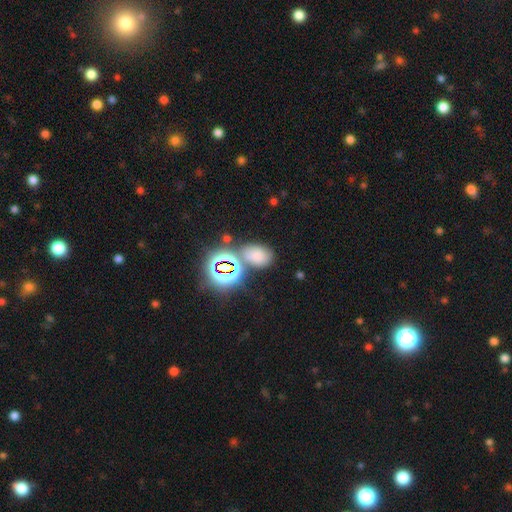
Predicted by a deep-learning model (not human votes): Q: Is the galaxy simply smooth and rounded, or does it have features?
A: smooth — 61%.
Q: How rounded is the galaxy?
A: in between — 71%.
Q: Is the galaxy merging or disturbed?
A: none — 58%.